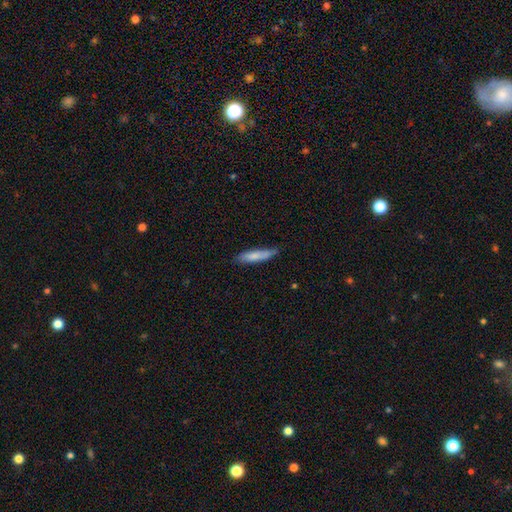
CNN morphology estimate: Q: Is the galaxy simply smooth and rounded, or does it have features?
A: smooth — 79%.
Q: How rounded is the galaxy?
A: cigar-shaped — 81%.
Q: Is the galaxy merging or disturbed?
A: none — 70%.